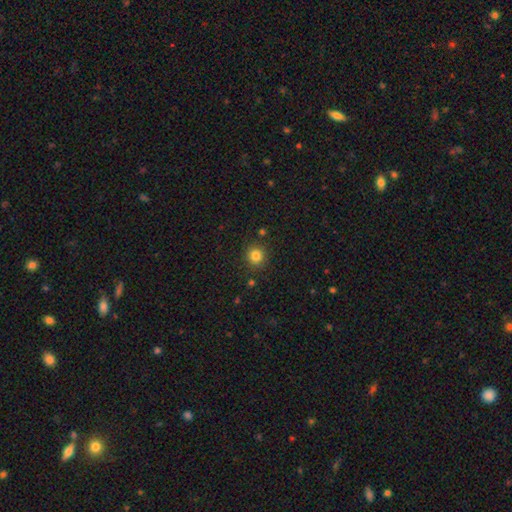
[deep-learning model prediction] Smooth or featured? Predicted: smooth (p=0.82). How rounded? Predicted: round (p=0.92). Merging? Predicted: none (p=0.89).